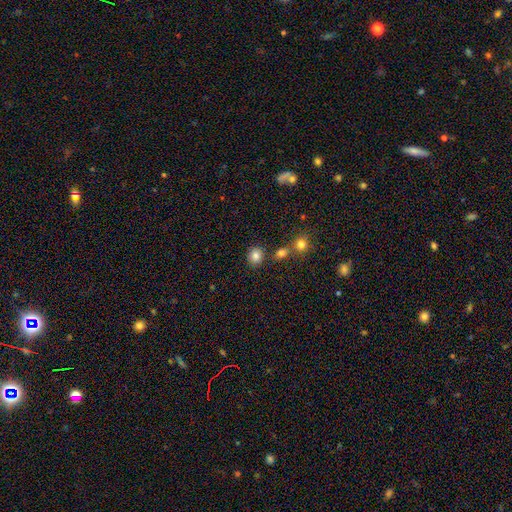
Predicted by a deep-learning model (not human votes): A smooth galaxy with no disk features (83%) that is round (81%). Merging: none (81%).